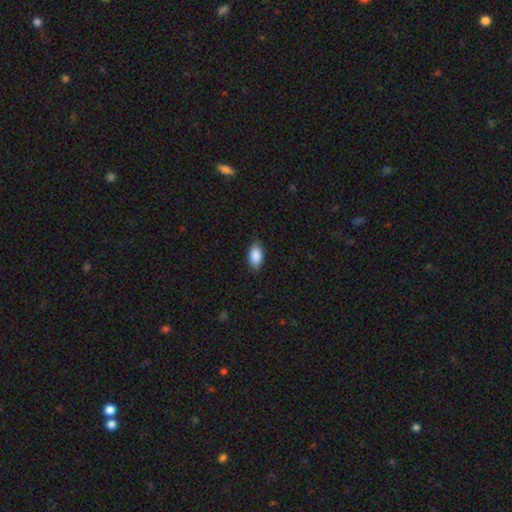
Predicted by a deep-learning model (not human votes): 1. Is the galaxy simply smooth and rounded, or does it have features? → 88% smooth, 7% star or artifact, 5% featured or disk.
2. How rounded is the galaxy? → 93% in between, 4% round, 3% cigar-shaped.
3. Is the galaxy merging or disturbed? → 84% none, 13% minor disturbance, 2% major disturbance, 1% merger.